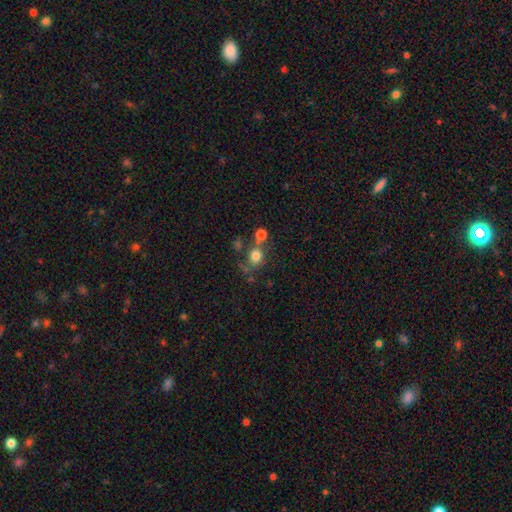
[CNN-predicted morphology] smooth-or-featured: smooth: 75% | star or artifact: 14% | featured or disk: 11%
  how-rounded: round: 83% | in between: 16% | cigar-shaped: 1%
  merging: none: 54% | merger: 29% | minor disturbance: 11% | major disturbance: 7%